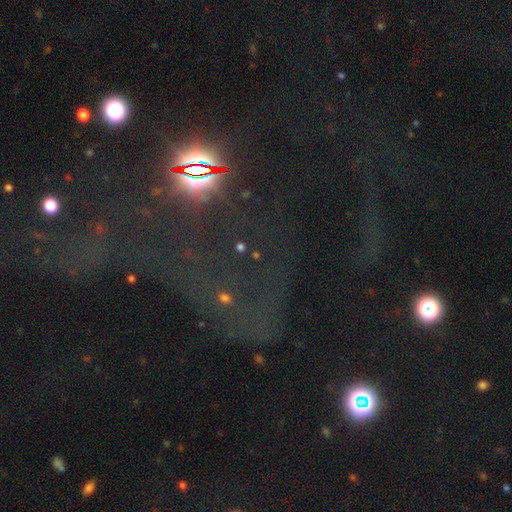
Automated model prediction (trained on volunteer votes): The model was most divided on "smooth or featured": star or artifact: 66%, smooth: 17%, featured or disk: 17%.